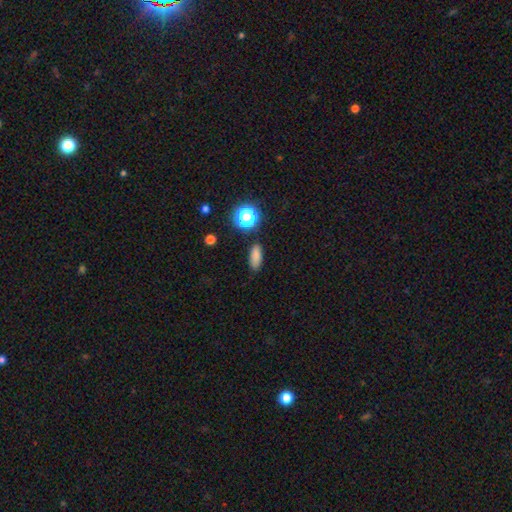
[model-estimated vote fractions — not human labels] smooth_or_featured: smooth (p=0.81) [alt: star or artifact p=0.14]
how_rounded: in between (p=0.74) [alt: cigar-shaped p=0.17]
merging: none (p=0.83) [alt: minor disturbance p=0.11]